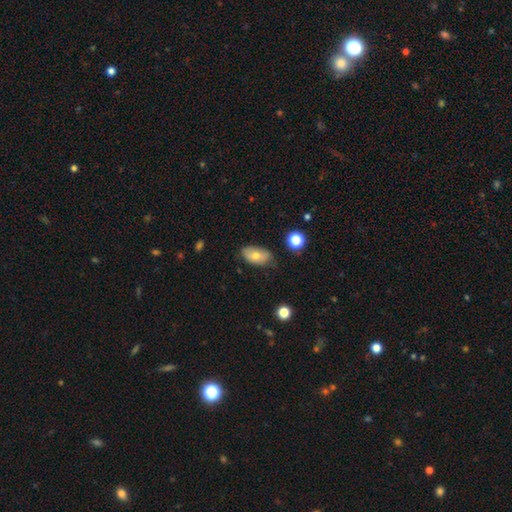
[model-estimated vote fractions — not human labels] This is likely a smooth galaxy (70%). How rounded: clearly in between (92%). Merging: likely none (66%).